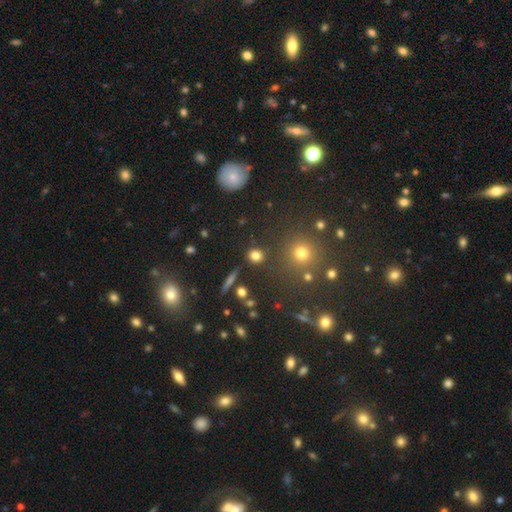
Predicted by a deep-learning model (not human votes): The model was most divided on "smooth or featured": smooth: 78%, star or artifact: 15%, featured or disk: 7%. More confident: merging — none (85%); how rounded — round (84%).